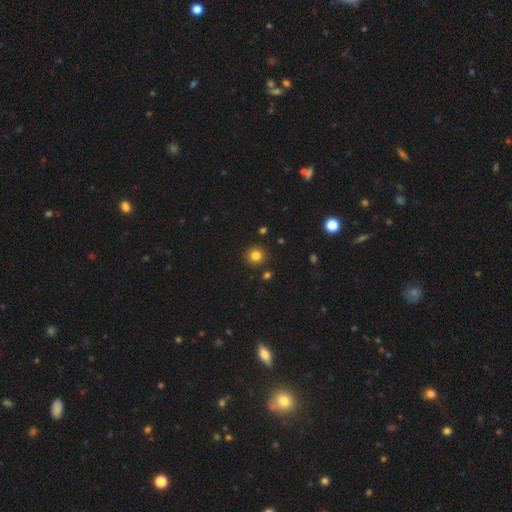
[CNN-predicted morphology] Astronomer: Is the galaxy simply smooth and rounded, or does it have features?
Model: smooth — 82%.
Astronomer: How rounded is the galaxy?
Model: round — 93%.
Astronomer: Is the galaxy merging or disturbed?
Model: none — 90%.